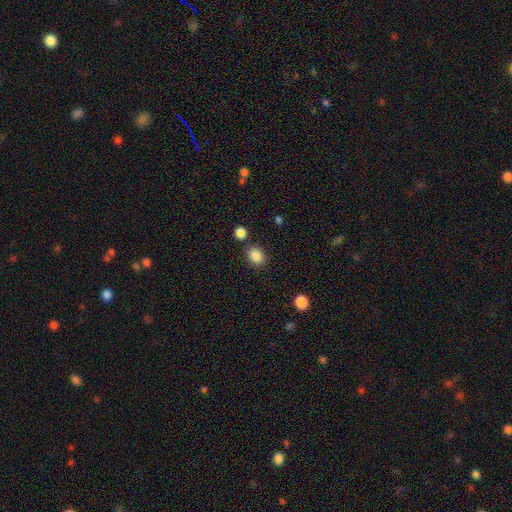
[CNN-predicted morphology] This appears to be a smooth galaxy with no disk features (86%) that is round (62%). Merging: none (82%).